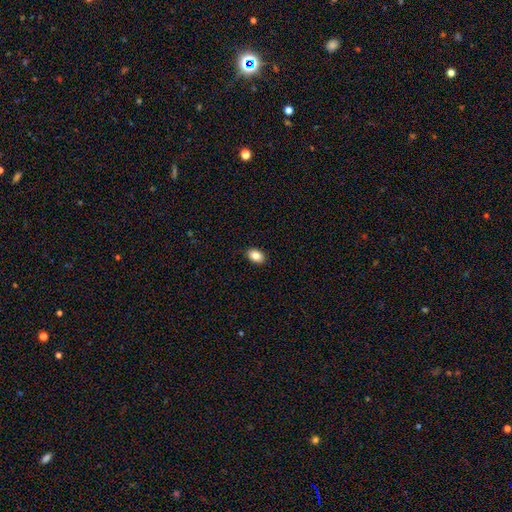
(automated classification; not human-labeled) Smooth or featured?
  - smooth: 85% *
  - star or artifact: 8%
  - featured or disk: 7%
How rounded?
  - in between: 85% *
  - round: 13%
  - cigar-shaped: 1%
Merging?
  - none: 90% *
  - minor disturbance: 7%
  - major disturbance: 2%
  - merger: 1%